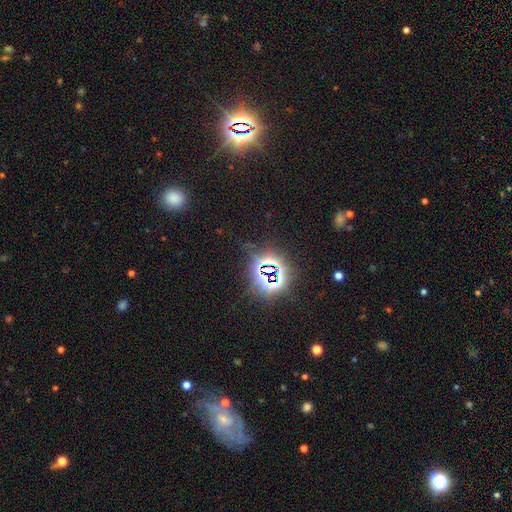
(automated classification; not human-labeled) This appears to be a star or artifact, not a galaxy (82%).